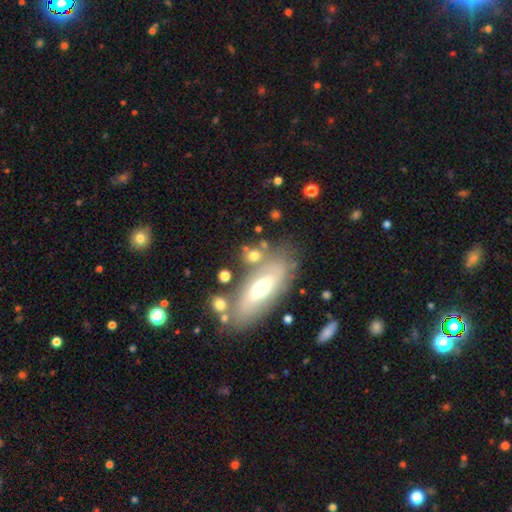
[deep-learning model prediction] Smooth or featured: featured or disk — 48% (smooth — 44%)
Merging: none — 71% (minor disturbance — 16%)